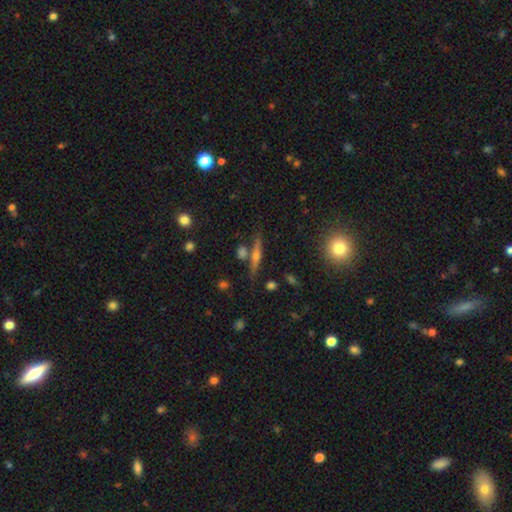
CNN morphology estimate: featured or disk 63%, smooth 27%, star or artifact 10%. Down the decision tree: edge-on disk — yes (95%); edge-on bulge — rounded (85%); merging — none (77%).